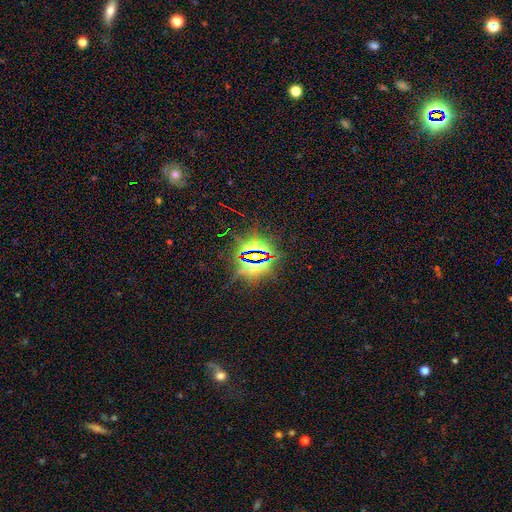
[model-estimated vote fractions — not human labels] smooth_or_featured: star or artifact (p=0.83) [alt: smooth p=0.09]